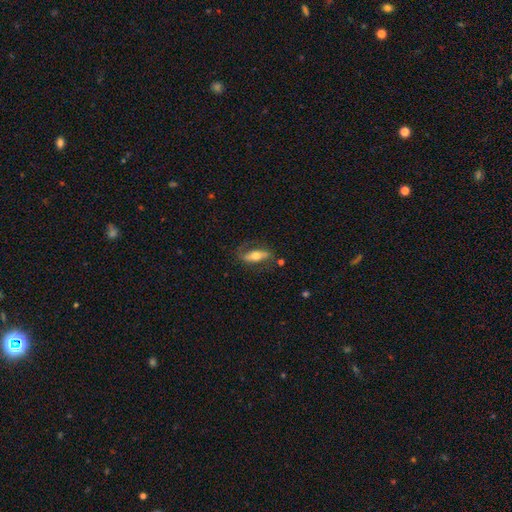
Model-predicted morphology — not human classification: This is possibly a featured or disk galaxy (48%). Merging: likely none (68%).